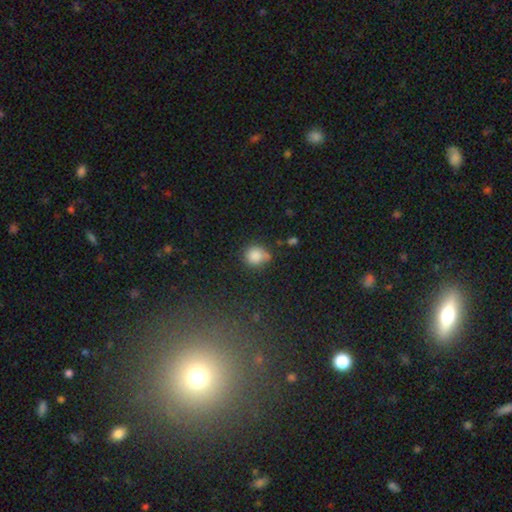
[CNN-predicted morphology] smooth-or-featured: smooth: 84% | star or artifact: 10% | featured or disk: 6%
  how-rounded: round: 85% | in between: 13% | cigar-shaped: 1%
  merging: none: 62% | minor disturbance: 22% | merger: 10% | major disturbance: 6%